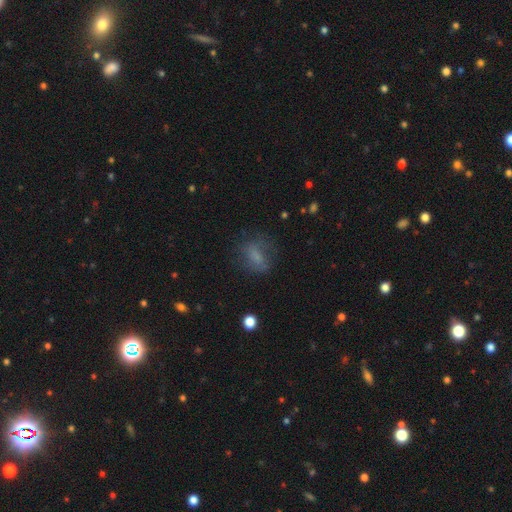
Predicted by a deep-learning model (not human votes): Smooth or featured?
  - smooth: 63% *
  - featured or disk: 23%
  - star or artifact: 15%
How rounded?
  - in between: 62% *
  - round: 32%
  - cigar-shaped: 6%
Merging?
  - none: 60% *
  - minor disturbance: 21%
  - major disturbance: 17%
  - merger: 2%